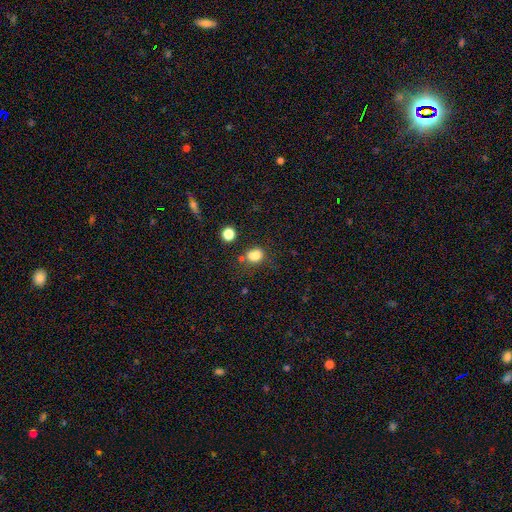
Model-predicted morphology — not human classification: This is clearly a smooth galaxy (80%). How rounded: possibly in between (52%). Merging: possibly none (56%).